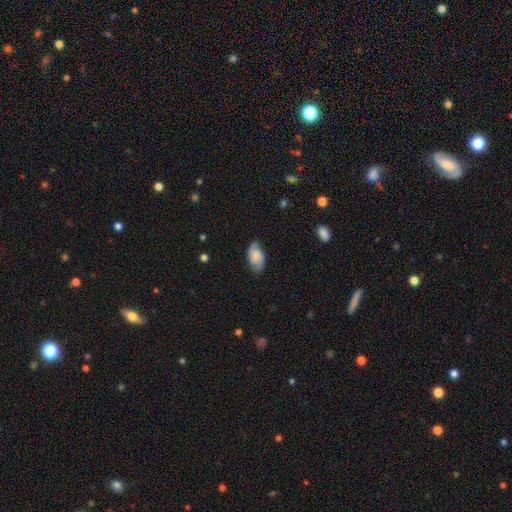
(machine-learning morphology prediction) smooth 53%, featured or disk 39%, star or artifact 8%. Down the decision tree: how rounded — in between (93%); merging — none (74%).